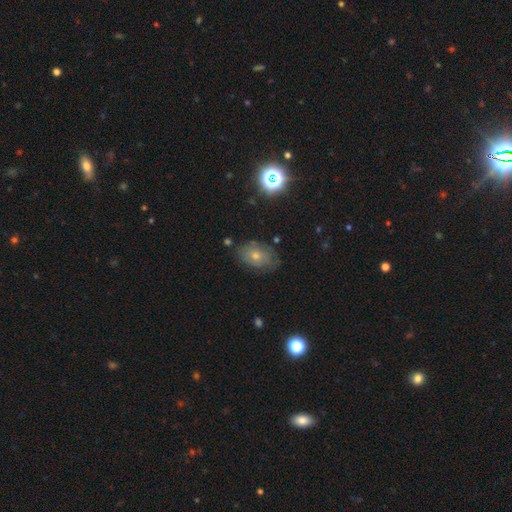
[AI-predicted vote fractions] smooth_or_featured: smooth (p=0.48) [alt: featured or disk p=0.29]
merging: none (p=0.77) [alt: minor disturbance p=0.17]